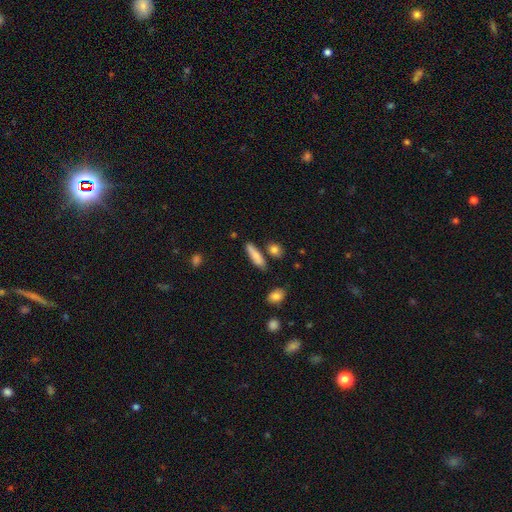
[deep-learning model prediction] The model was most divided on "how rounded": cigar-shaped: 71%, in between: 26%, round: 3%. More confident: smooth or featured — smooth (79%); merging — none (73%).